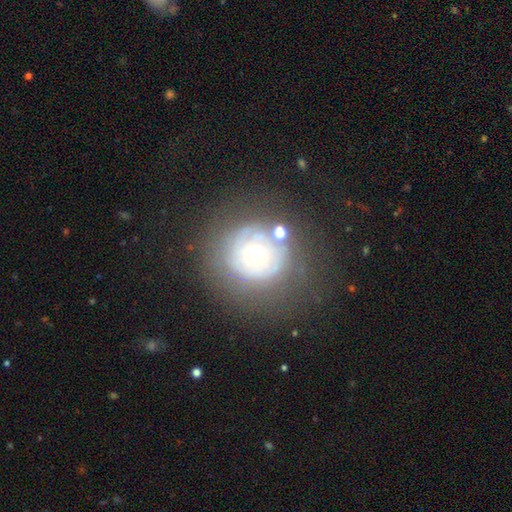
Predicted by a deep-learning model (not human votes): Smooth or featured? featured or disk (65%)
Edge-on disk? no (96%)
Bar? no (86%)
Spiral arms? yes (65%)
Bulge size? moderate (67%)
Merging? none (62%)